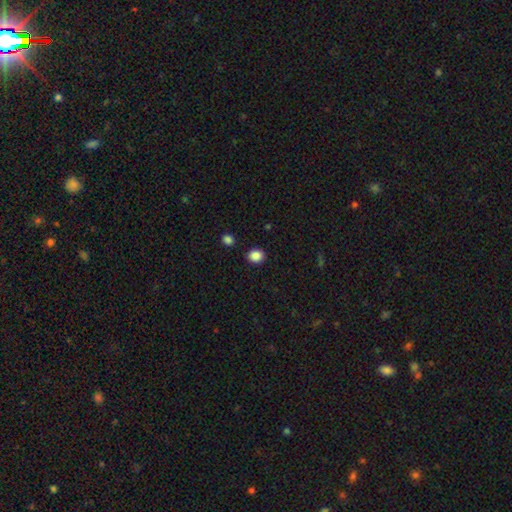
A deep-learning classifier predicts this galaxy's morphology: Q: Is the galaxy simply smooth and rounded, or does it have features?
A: smooth — 87%.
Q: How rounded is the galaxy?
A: round — 68%.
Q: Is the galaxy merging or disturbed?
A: none — 88%.